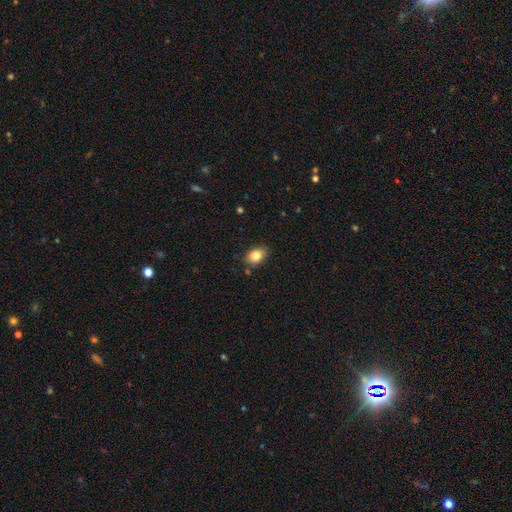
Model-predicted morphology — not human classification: Smooth or featured? smooth (84%)
How rounded? in between (73%)
Merging? none (81%)